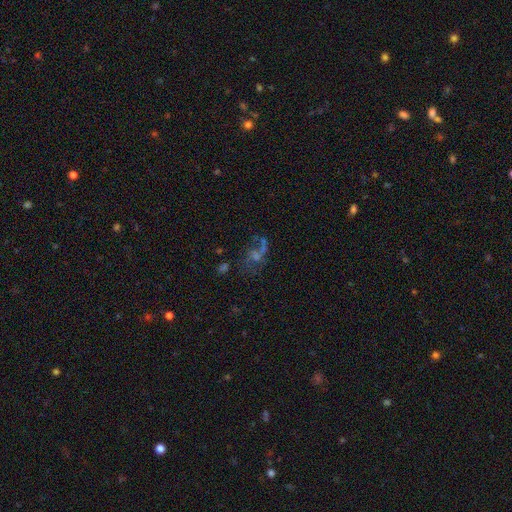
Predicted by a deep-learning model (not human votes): Overall: featured or disk (54%; star or artifact 27%). Edge-on disk: no (96%). Bar: no (71%). Spiral arms: yes (65%; no 35%). Bulge size: small (40%; none 27%). Merging: none (42%; major disturbance 28%).